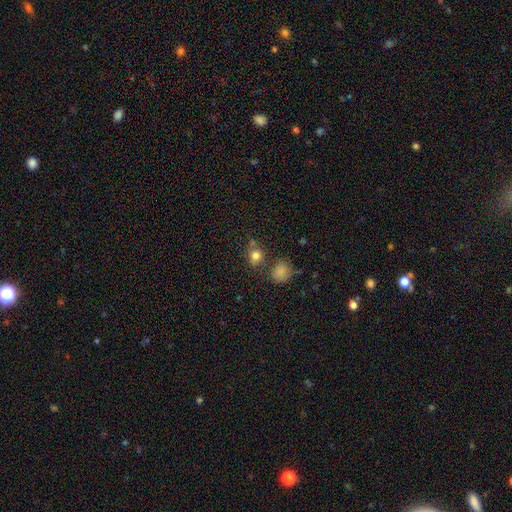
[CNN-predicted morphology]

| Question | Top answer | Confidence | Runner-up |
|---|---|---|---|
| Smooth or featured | smooth | 79% | star or artifact (13%) |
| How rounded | round | 72% | in between (27%) |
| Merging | none | 64% | merger (16%) |